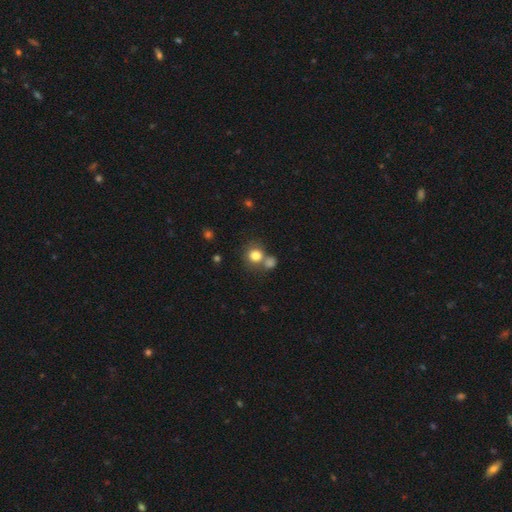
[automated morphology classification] smooth_or_featured: smooth (p=0.80) [alt: star or artifact p=0.11]
how_rounded: round (p=0.85) [alt: in between p=0.14]
merging: none (p=0.54) [alt: merger p=0.32]